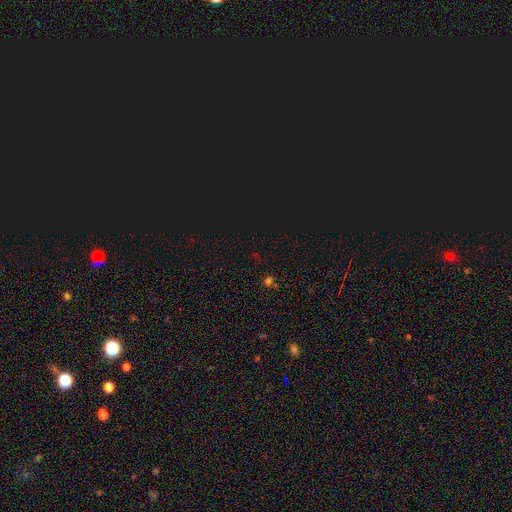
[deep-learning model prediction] The model was most divided on "smooth or featured": star or artifact: 63%, smooth: 31%, featured or disk: 6%.